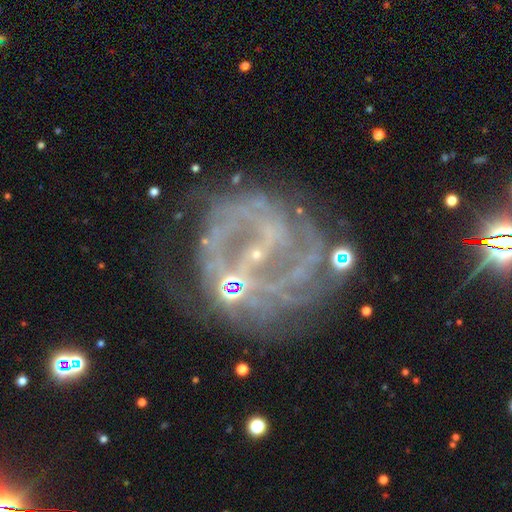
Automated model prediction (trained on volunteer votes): This appears to be a featured or disk galaxy (78%) with no bar (38%, tied with weak), 2 (35%) medium (39%) spiral arms (77%) and a small central bulge (59%). Merging: none (51%).